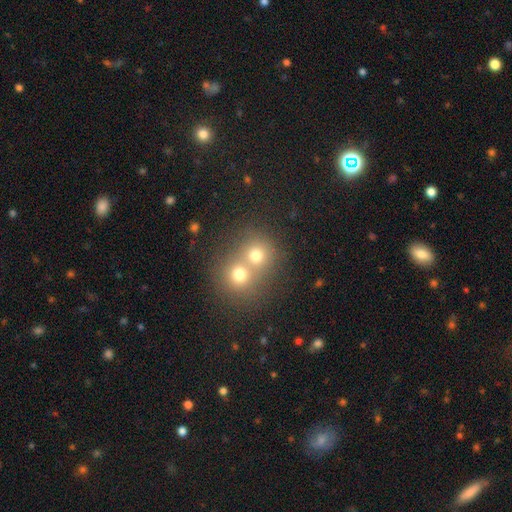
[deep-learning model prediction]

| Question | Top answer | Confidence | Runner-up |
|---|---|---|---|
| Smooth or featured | smooth | 70% | featured or disk (15%) |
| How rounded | round | 82% | in between (17%) |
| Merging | merger | 60% | none (33%) |